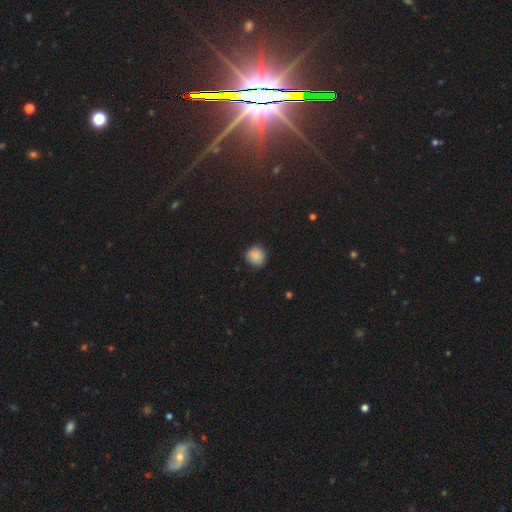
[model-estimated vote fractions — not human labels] smooth-or-featured: smooth: 84% | star or artifact: 10% | featured or disk: 5%
  how-rounded: round: 89% | in between: 10% | cigar-shaped: 1%
  merging: none: 81% | minor disturbance: 15% | major disturbance: 3% | merger: 1%